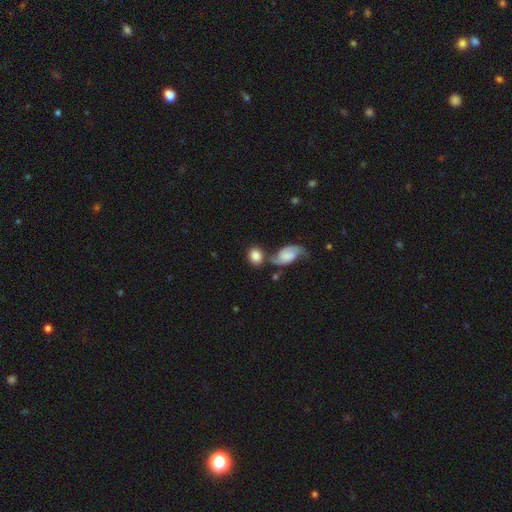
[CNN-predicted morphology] Smooth or featured? smooth (74%)
How rounded? in between (53%)
Merging? none (47%)